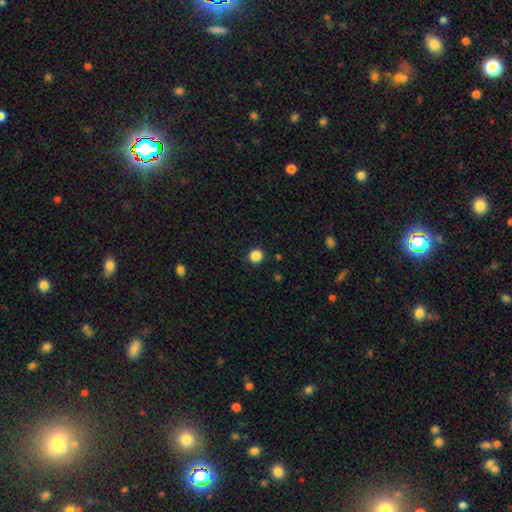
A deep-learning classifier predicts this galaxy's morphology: smooth_or_featured: smooth (p=0.86) [alt: star or artifact p=0.11]
how_rounded: round (p=0.92) [alt: in between p=0.07]
merging: none (p=0.92) [alt: minor disturbance p=0.05]